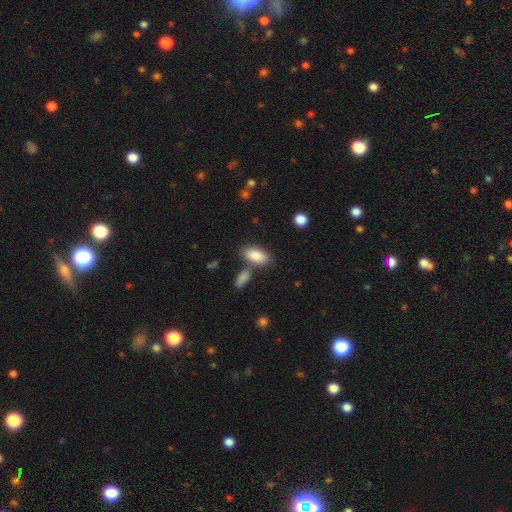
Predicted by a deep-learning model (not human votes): Q: Smooth or featured?
A: smooth (87%); runner-up: featured or disk (7%)
Q: How rounded?
A: in between (91%); runner-up: cigar-shaped (5%)
Q: Merging?
A: none (70%); runner-up: merger (15%)